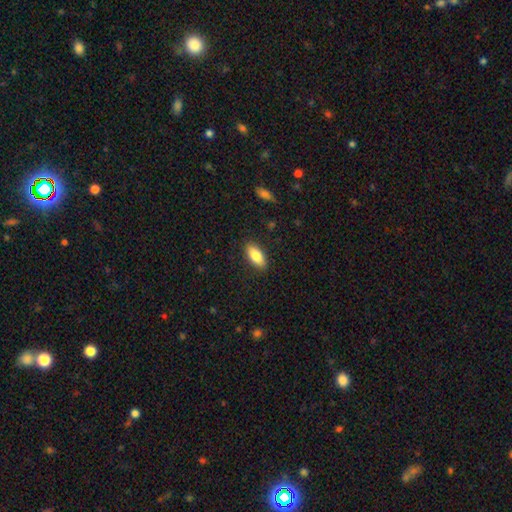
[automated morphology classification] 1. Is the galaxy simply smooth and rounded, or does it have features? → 83% smooth, 10% featured or disk, 6% star or artifact.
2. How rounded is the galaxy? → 86% in between, 12% cigar-shaped, 2% round.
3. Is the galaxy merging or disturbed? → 88% none, 9% minor disturbance, 2% major disturbance, 1% merger.